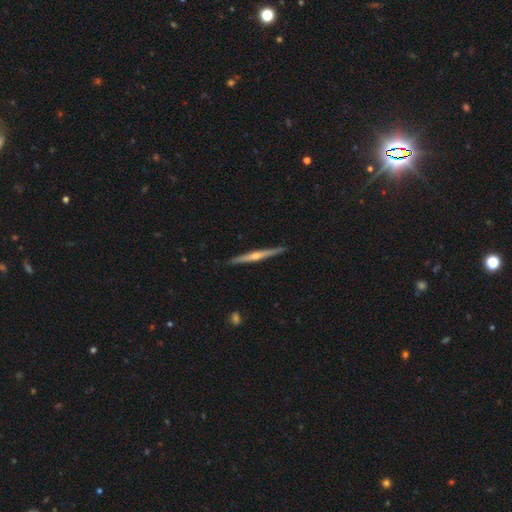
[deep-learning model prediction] Overall: featured or disk (77%). Edge-on disk: yes (98%). Edge-on bulge: rounded (83%). Merging: none (91%).